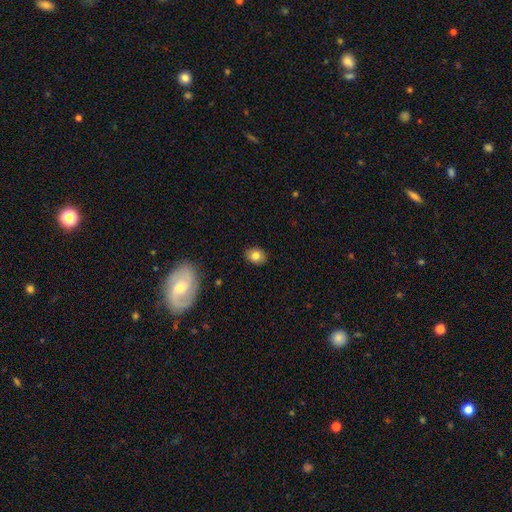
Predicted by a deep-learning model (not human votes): This is likely a smooth galaxy (79%). How rounded: possibly in between (53%). Merging: clearly none (88%).